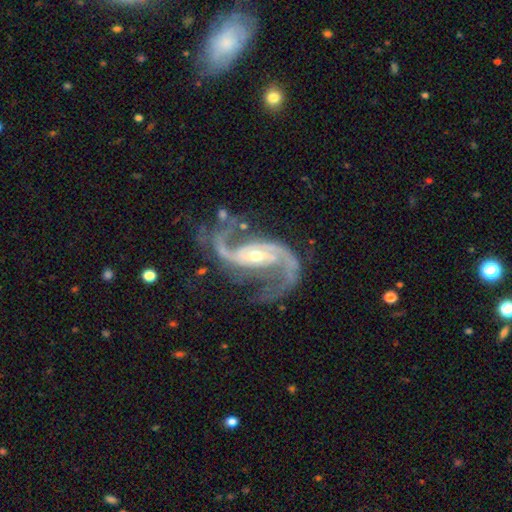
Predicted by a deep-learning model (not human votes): The model was most divided on "bar": weak: 35%, strong: 34%, no: 31%. Remaining: spiral arms — yes (98%); edge-on disk — no (98%); smooth or featured — featured or disk (93%); spiral arm count — 2 (92%); merging — none (65%); bulge size — small (57%); spiral winding — loose (48%).